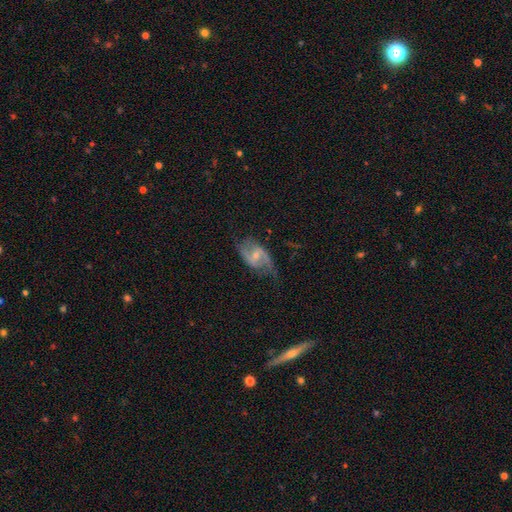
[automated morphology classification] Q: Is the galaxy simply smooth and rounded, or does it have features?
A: featured or disk — 79%.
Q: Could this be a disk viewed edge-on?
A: no — 97%.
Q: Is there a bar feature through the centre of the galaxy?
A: weak — 53%.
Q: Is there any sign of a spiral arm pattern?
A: yes — 92%.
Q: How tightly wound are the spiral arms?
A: loose — 49%.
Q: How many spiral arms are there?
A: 2 — 86%.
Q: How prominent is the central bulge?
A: small — 55%.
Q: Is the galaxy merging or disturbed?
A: none — 60%.